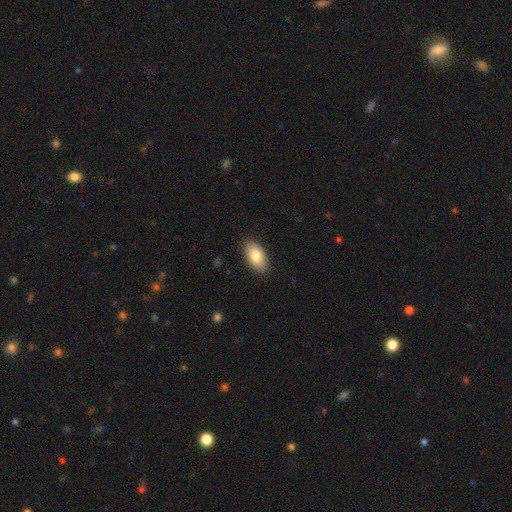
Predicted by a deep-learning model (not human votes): This is clearly a smooth galaxy (82%). How rounded: clearly in between (94%). Merging: clearly none (88%).